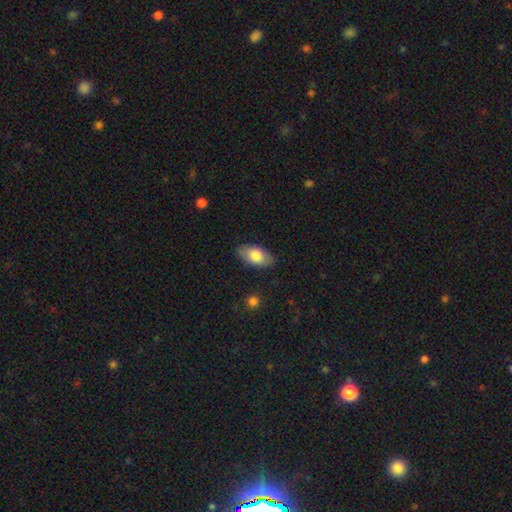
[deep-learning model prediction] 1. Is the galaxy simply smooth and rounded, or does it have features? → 77% smooth, 17% featured or disk, 6% star or artifact.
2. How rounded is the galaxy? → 93% in between, 4% round, 3% cigar-shaped.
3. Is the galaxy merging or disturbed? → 84% none, 12% minor disturbance, 3% major disturbance, 1% merger.